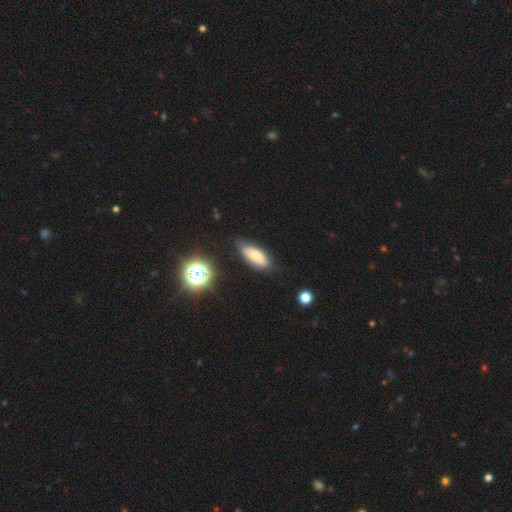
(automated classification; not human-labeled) Q: Smooth or featured?
A: smooth (72%); runner-up: featured or disk (18%)
Q: How rounded?
A: in between (77%); runner-up: cigar-shaped (21%)
Q: Merging?
A: none (71%); runner-up: minor disturbance (22%)